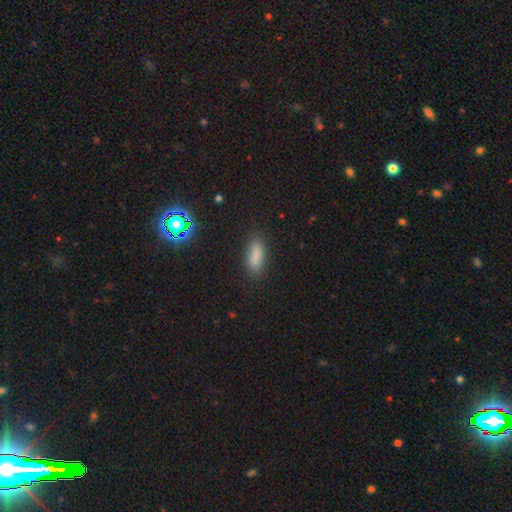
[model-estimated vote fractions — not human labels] Q: Smooth or featured?
A: smooth (83%); runner-up: star or artifact (11%)
Q: How rounded?
A: in between (64%); runner-up: cigar-shaped (33%)
Q: Merging?
A: none (83%); runner-up: minor disturbance (12%)